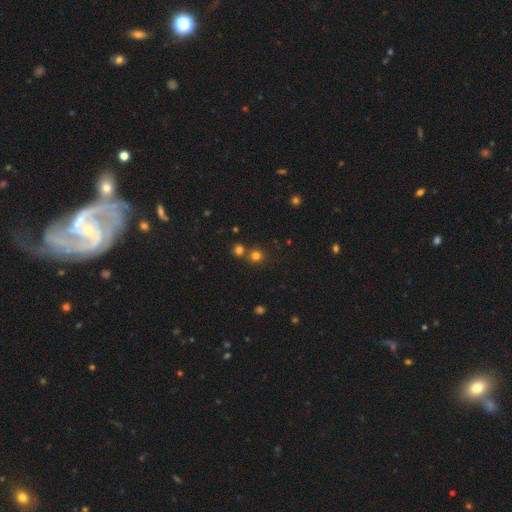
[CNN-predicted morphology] smooth 75%, star or artifact 19%, featured or disk 6%. Down the decision tree: how rounded — round (91%); merging — none (67%).